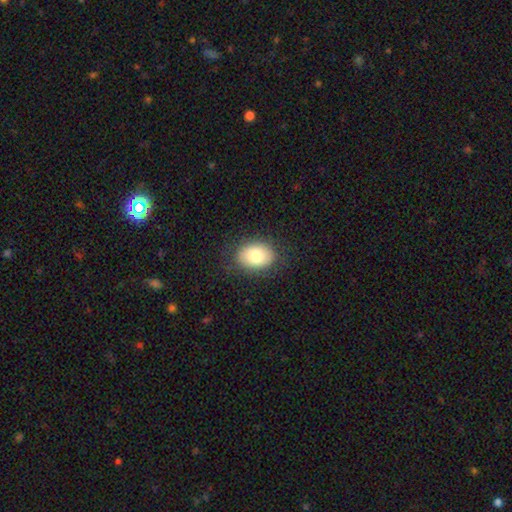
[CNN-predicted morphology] This appears to be a smooth galaxy with no disk features (80%) that is in between round and cigar-shaped (70%). Merging: none (83%).